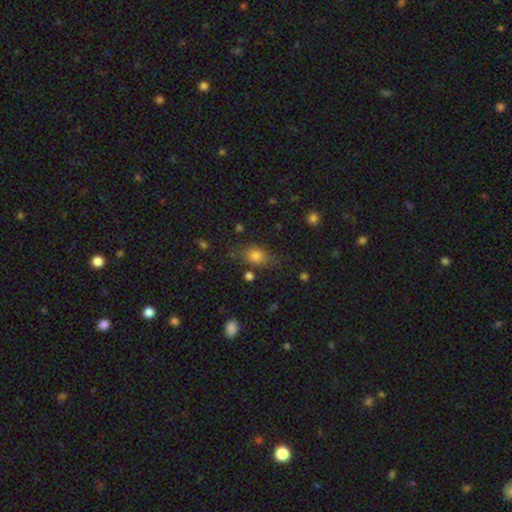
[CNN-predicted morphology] The model was most divided on "how rounded": in between: 68%, round: 29%, cigar-shaped: 2%. More confident: smooth or featured — smooth (79%); merging — none (70%).